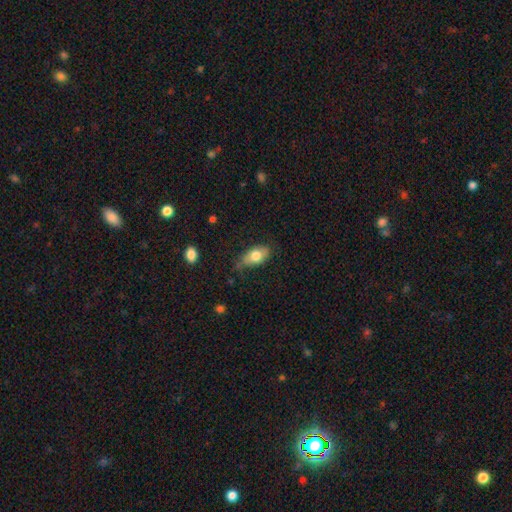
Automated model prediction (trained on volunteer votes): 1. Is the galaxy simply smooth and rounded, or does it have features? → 75% smooth, 19% featured or disk, 7% star or artifact.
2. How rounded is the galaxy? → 89% in between, 7% round, 4% cigar-shaped.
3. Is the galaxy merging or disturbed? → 63% none, 27% minor disturbance, 7% major disturbance, 3% merger.